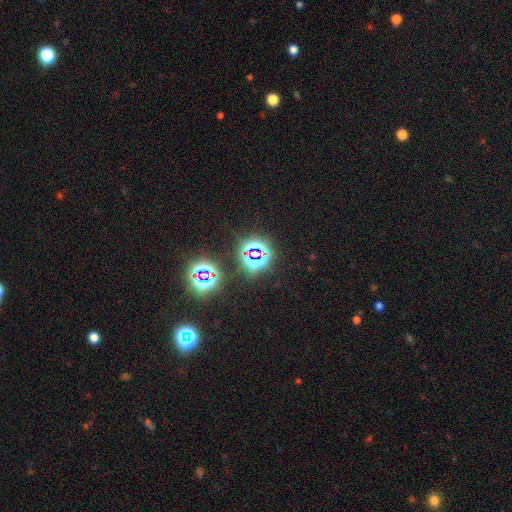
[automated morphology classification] This appears to be a star or artifact, not a galaxy (78%).